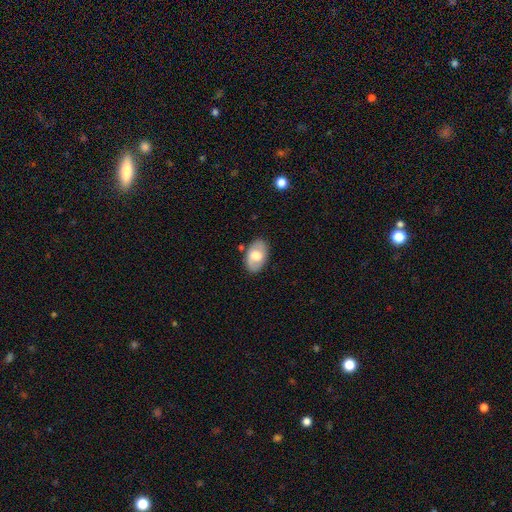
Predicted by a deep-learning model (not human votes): smooth 57%, featured or disk 37%, star or artifact 6%. Down the decision tree: how rounded — in between (91%); merging — none (80%).